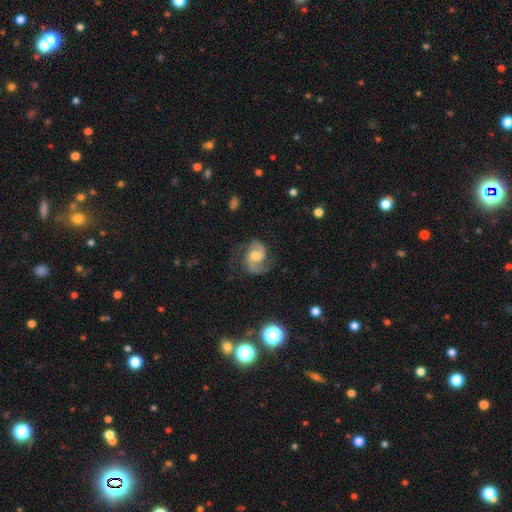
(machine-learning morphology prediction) Smooth or featured? featured or disk (86%)
Edge-on disk? no (98%)
Bar? weak (48%)
Spiral arms? yes (97%)
Spiral winding? medium (56%)
Spiral arm count? 2 (91%)
Bulge size? moderate (63%)
Merging? none (71%)